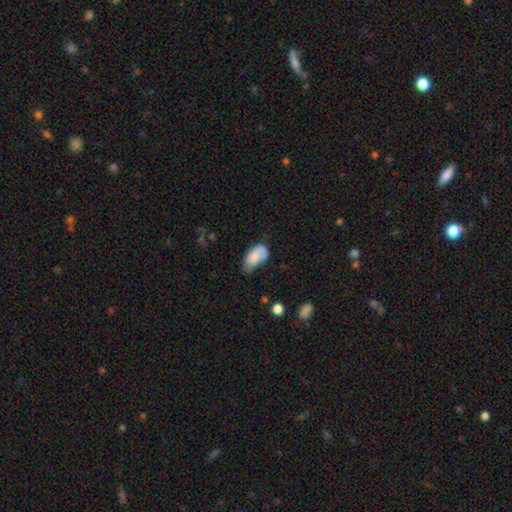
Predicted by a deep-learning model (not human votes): The model was most divided on "merging": minor disturbance: 40%, none: 38%, major disturbance: 18%, merger: 4%. More confident: how rounded — in between (93%); smooth or featured — smooth (73%).